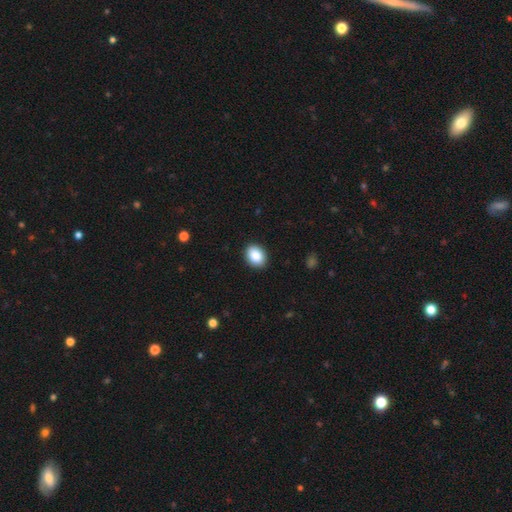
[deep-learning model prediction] Overall: smooth (86%). How rounded: in between (65%; round 34%). Merging: none (91%).